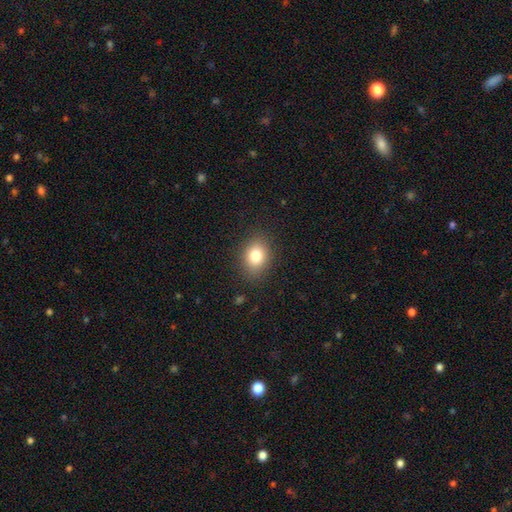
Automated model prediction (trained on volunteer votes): Smooth or featured: smooth — 80% (star or artifact — 11%)
How rounded: in between — 61% (round — 38%)
Merging: none — 86% (minor disturbance — 10%)